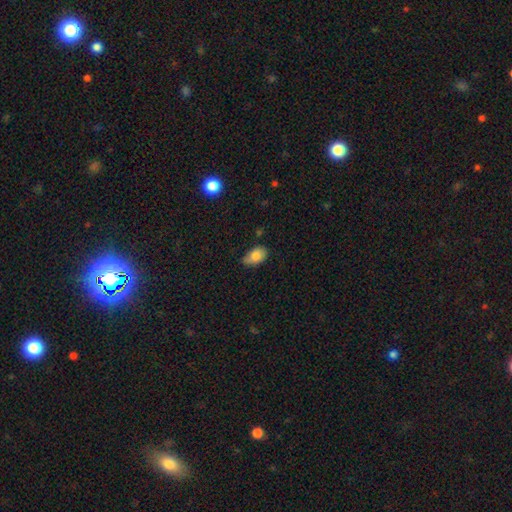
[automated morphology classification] Overall: smooth (82%). How rounded: in between (90%). Merging: none (61%; minor disturbance 32%).